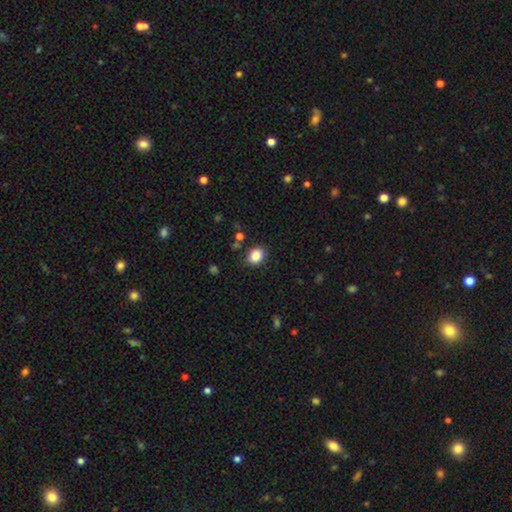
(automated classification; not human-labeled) smooth-or-featured: smooth: 87% | star or artifact: 9% | featured or disk: 4%
  how-rounded: in between: 53% | round: 46% | cigar-shaped: 1%
  merging: none: 84% | minor disturbance: 10% | major disturbance: 3% | merger: 3%